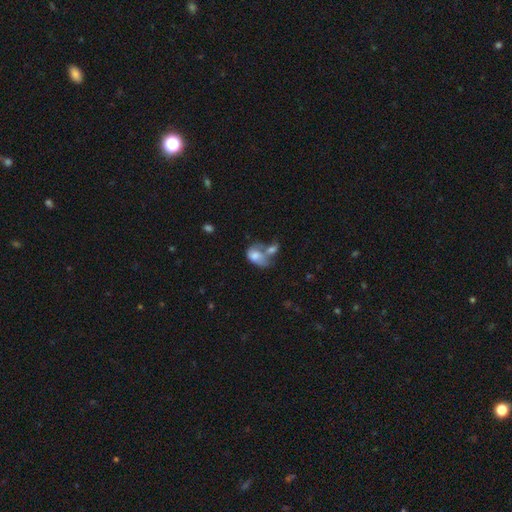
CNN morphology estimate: Overall: smooth (70%). How rounded: in between (82%). Merging: merger (58%).